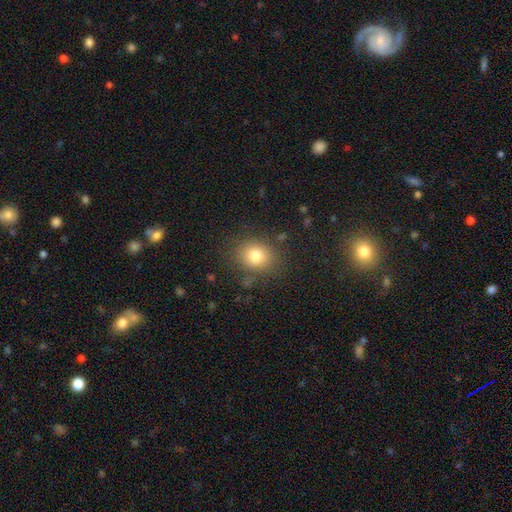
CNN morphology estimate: Smooth or featured: smooth — 79% (star or artifact — 12%)
How rounded: round — 64% (in between — 35%)
Merging: none — 81% (minor disturbance — 12%)